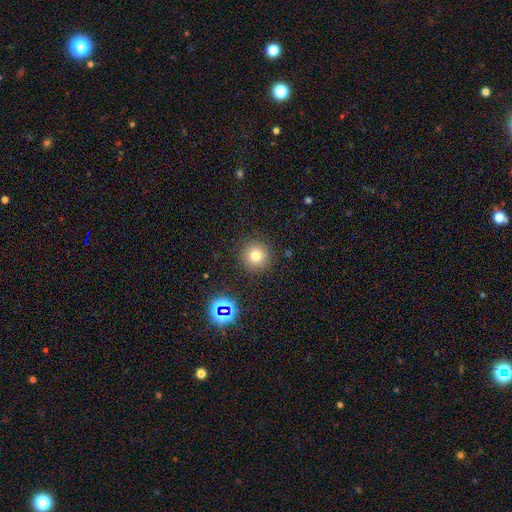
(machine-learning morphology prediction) Smooth or featured? Predicted: smooth (p=0.73). How rounded? Predicted: round (p=0.95). Merging? Predicted: none (p=0.90).